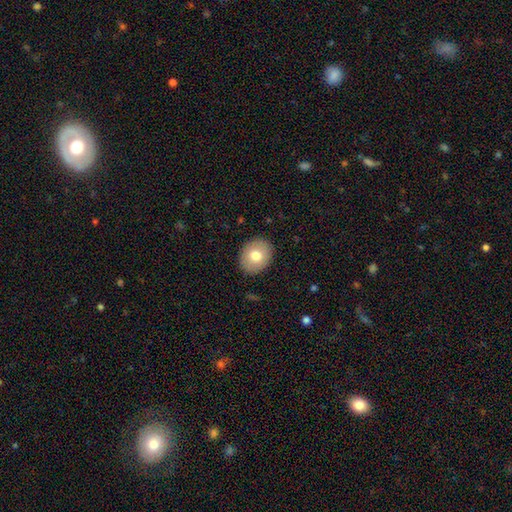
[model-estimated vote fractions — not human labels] smooth-or-featured: smooth: 75% | featured or disk: 17% | star or artifact: 8%
  how-rounded: round: 58% | in between: 41% | cigar-shaped: 1%
  merging: none: 90% | minor disturbance: 7% | major disturbance: 2% | merger: 1%